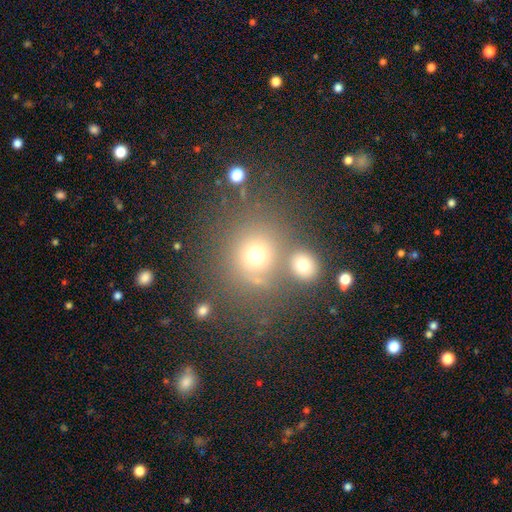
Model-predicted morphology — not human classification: Overall: smooth (69%). How rounded: round (82%). Merging: none (59%; merger 25%).